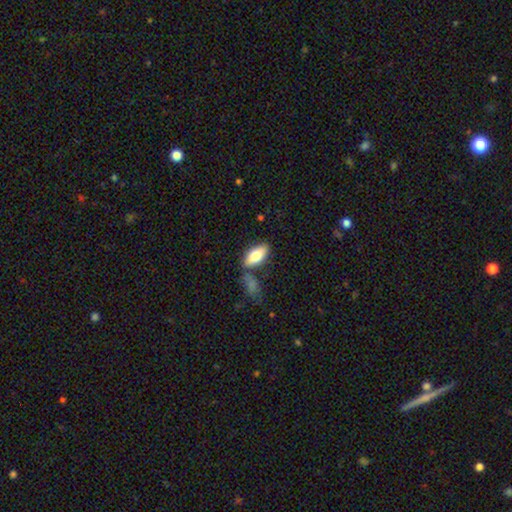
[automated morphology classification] A smooth galaxy with no disk features (77%) that is in between round and cigar-shaped (86%). Merging: none (71%).